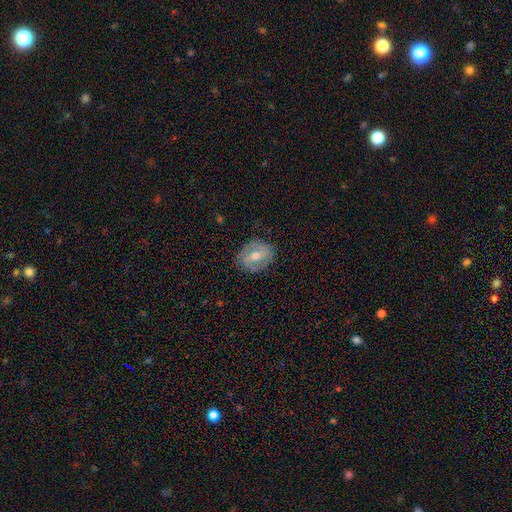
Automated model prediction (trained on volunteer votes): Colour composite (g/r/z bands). It shows a featured or disk galaxy (61%) with a weak bar (44%), spiral arms (65%) and a moderate central bulge (74%). Merging: none (81%).